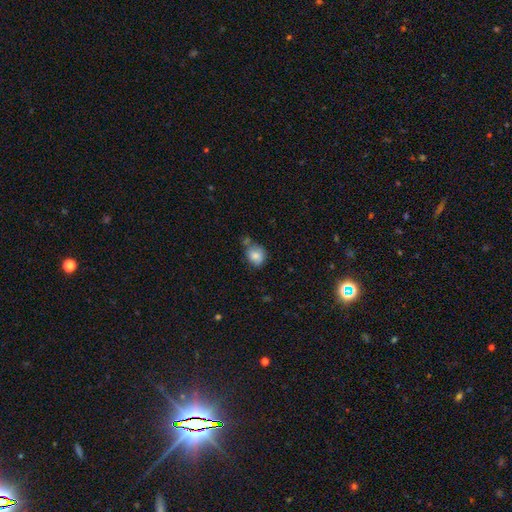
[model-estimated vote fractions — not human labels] The model was most divided on "how rounded": round: 58%, in between: 41%, cigar-shaped: 1%. More confident: smooth or featured — smooth (82%); merging — none (54%).